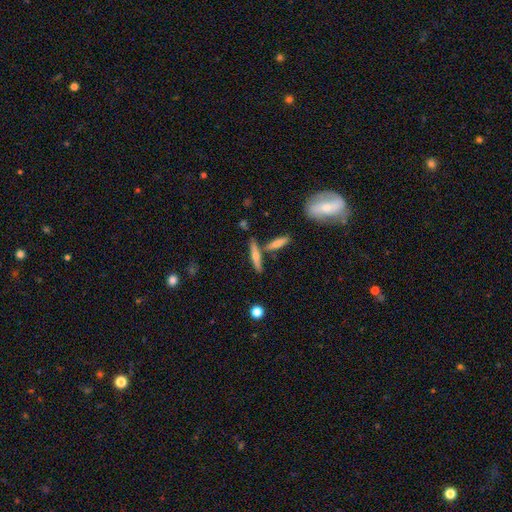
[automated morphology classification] This appears to be a featured or disk galaxy (54%) viewed edge-on (93%) with a rounded central bulge (81%). Merging: none (71%).